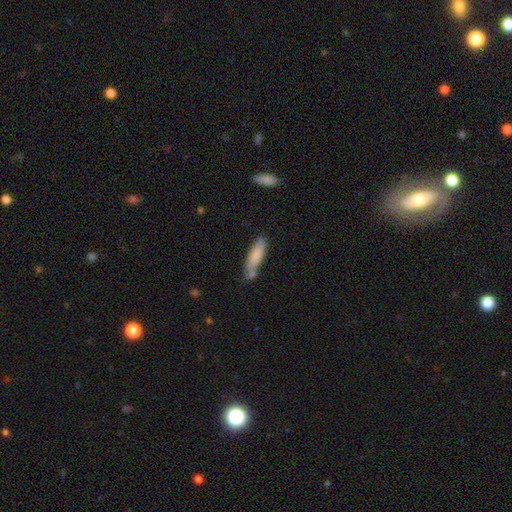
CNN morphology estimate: Smooth or featured? Predicted: smooth (p=0.81). How rounded? Predicted: cigar-shaped (p=0.66). Merging? Predicted: none (p=0.62).